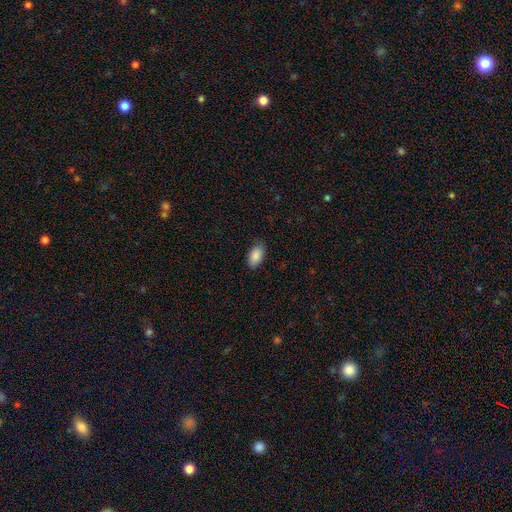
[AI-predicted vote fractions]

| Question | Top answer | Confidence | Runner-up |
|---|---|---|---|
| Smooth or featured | smooth | 89% | star or artifact (7%) |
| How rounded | in between | 94% | round (4%) |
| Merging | none | 82% | minor disturbance (14%) |